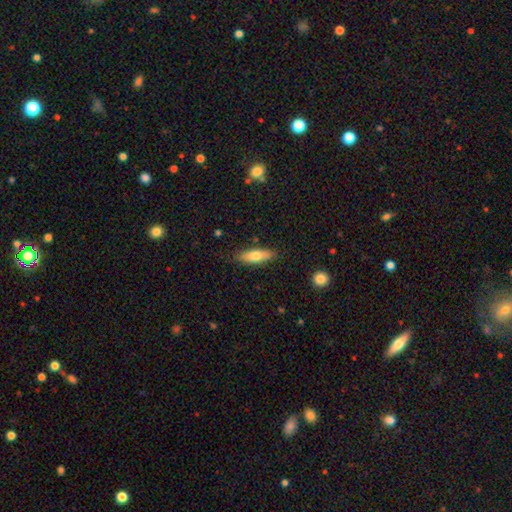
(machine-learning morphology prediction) The model was most divided on "how rounded": in between: 54%, cigar-shaped: 43%, round: 2%. More confident: merging — none (83%); smooth or featured — smooth (72%).